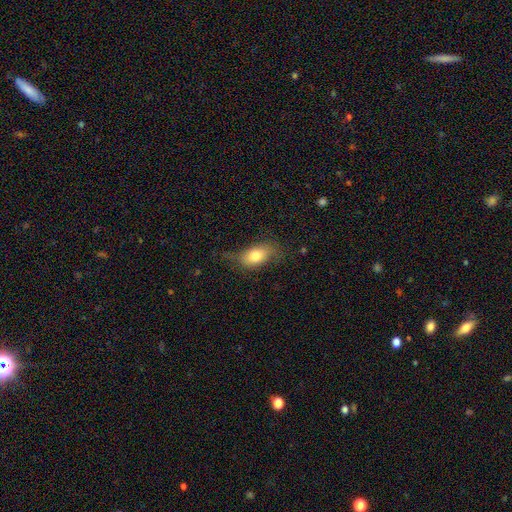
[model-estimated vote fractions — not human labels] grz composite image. It shows a smooth galaxy with no disk features (74%) that is in between round and cigar-shaped (87%). Merging: none (57%).